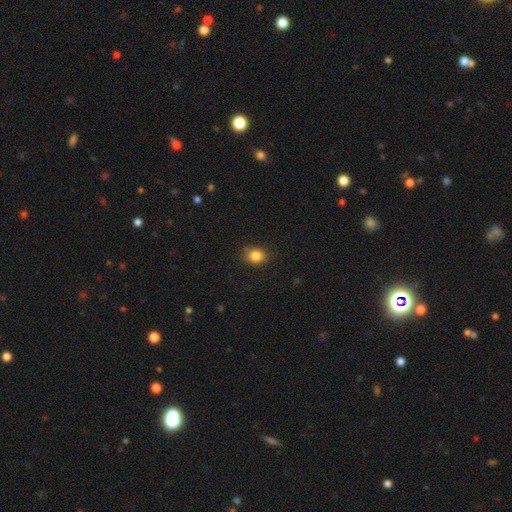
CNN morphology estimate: Smooth or featured? Predicted: smooth (p=0.85). How rounded? Predicted: round (p=0.56). Merging? Predicted: none (p=0.85).